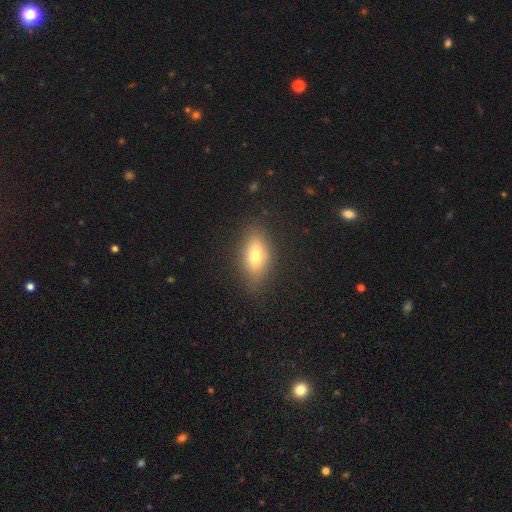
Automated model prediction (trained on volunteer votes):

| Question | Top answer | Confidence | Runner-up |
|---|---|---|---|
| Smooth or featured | smooth | 67% | featured or disk (22%) |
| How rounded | in between | 81% | cigar-shaped (10%) |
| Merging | none | 82% | minor disturbance (12%) |